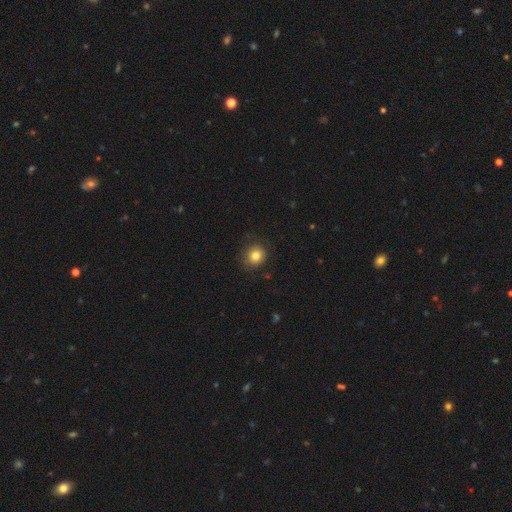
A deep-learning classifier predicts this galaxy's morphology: The model was most divided on "smooth or featured": smooth: 82%, star or artifact: 11%, featured or disk: 7%. More confident: how rounded — round (87%); merging — none (86%).